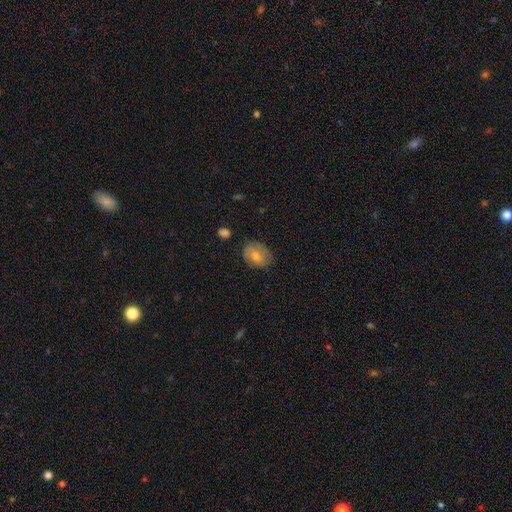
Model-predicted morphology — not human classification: The model was most divided on "how rounded": in between: 60%, round: 39%, cigar-shaped: 1%. More confident: merging — none (77%); smooth or featured — smooth (64%).